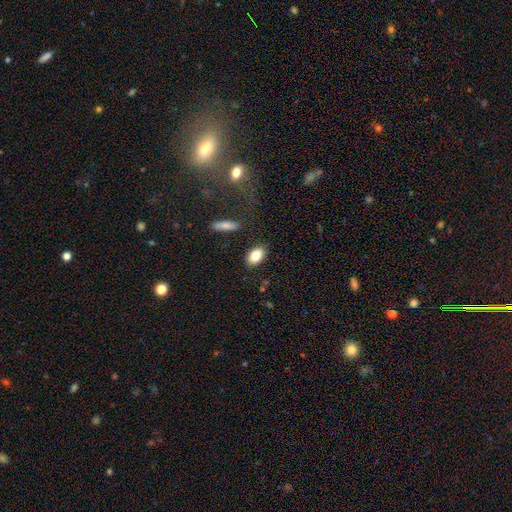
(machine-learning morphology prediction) Smooth or featured? Predicted: smooth (p=0.83). How rounded? Predicted: in between (p=0.89). Merging? Predicted: none (p=0.86).